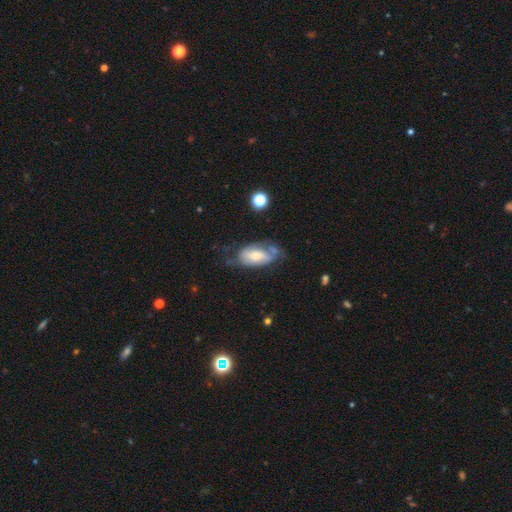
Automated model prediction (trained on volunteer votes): featured or disk 51%, smooth 42%, star or artifact 7%. Down the decision tree: edge-on disk — no (90%); merging — none (38%).